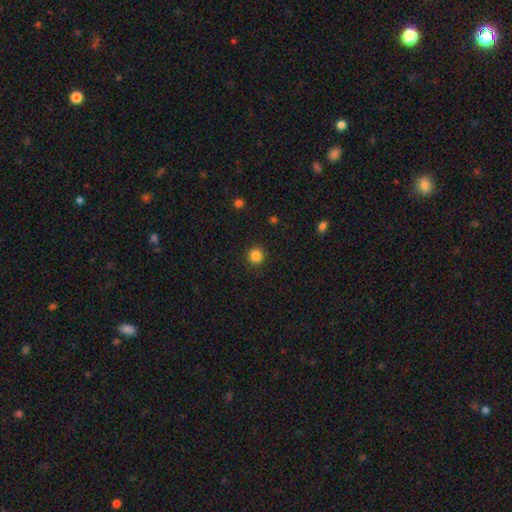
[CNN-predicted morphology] Smooth or featured? smooth (85%)
How rounded? round (94%)
Merging? none (92%)